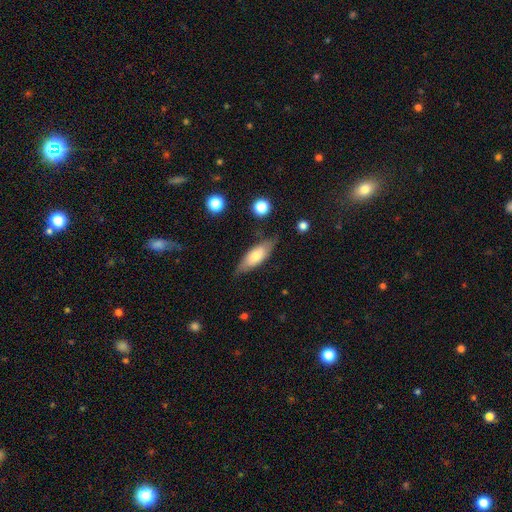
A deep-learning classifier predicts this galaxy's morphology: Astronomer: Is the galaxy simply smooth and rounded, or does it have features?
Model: smooth — 63%.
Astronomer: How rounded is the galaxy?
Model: in between — 64%.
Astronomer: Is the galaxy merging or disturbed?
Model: none — 73%.